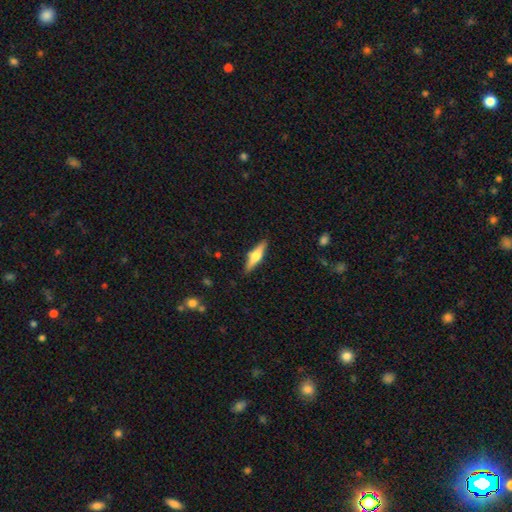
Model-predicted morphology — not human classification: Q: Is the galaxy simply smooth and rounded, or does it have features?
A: featured or disk — 51%.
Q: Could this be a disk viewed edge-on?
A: yes — 95%.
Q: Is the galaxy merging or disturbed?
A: none — 89%.